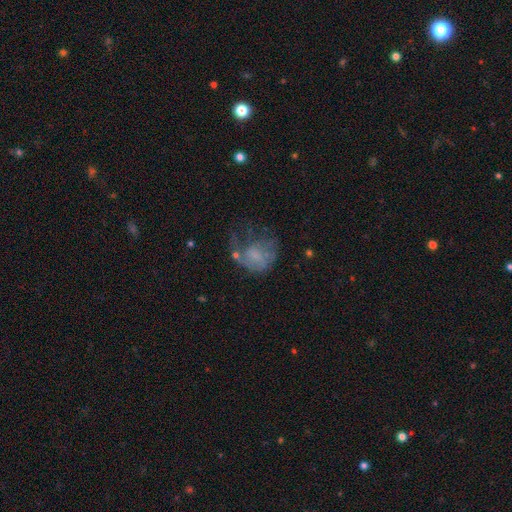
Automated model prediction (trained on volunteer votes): This appears to be a featured or disk galaxy (51%). Merging: major disturbance (52%).